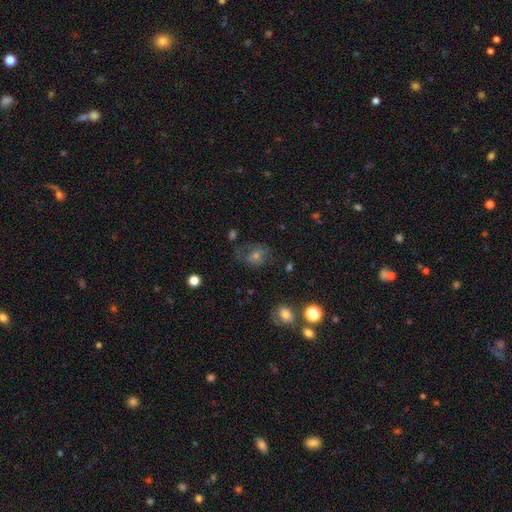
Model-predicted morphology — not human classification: smooth 41%, featured or disk 33%, star or artifact 25%. Down the decision tree: merging — none (56%).